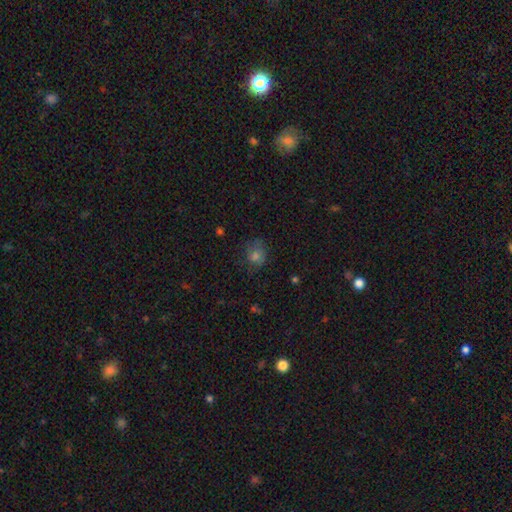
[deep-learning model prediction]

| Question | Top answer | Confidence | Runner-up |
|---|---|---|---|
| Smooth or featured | smooth | 72% | star or artifact (17%) |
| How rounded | round | 69% | in between (29%) |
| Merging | none | 67% | minor disturbance (22%) |